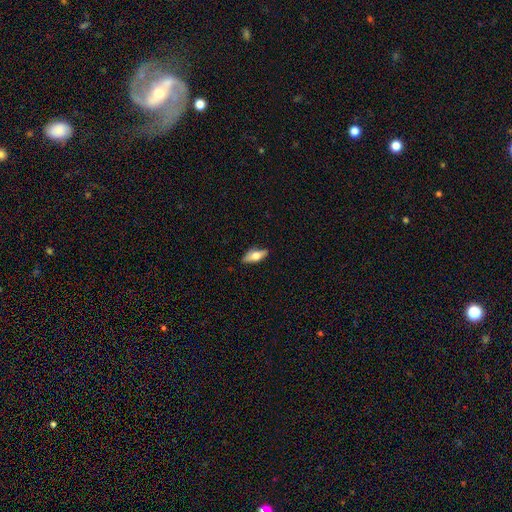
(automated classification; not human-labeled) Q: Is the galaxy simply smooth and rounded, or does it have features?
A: smooth — 62%.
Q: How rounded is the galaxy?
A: in between — 76%.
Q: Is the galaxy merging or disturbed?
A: none — 84%.